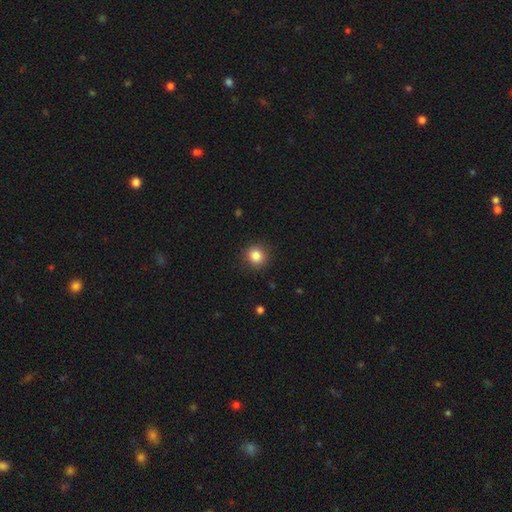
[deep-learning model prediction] This appears to be a smooth galaxy with no disk features (85%) that is round (89%). Merging: none (90%).